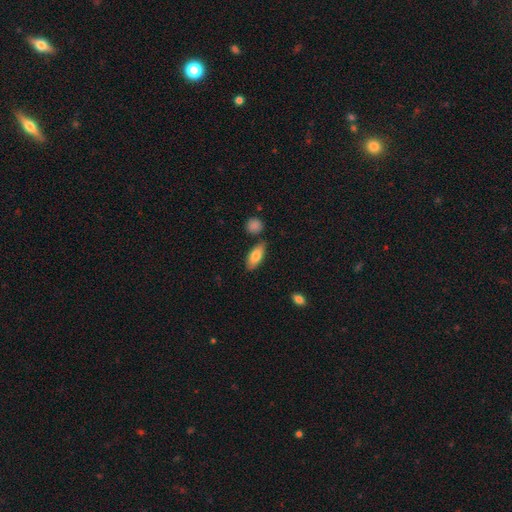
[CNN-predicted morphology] type=smooth (80%); roundness=in between (79%); merging=none (80%).